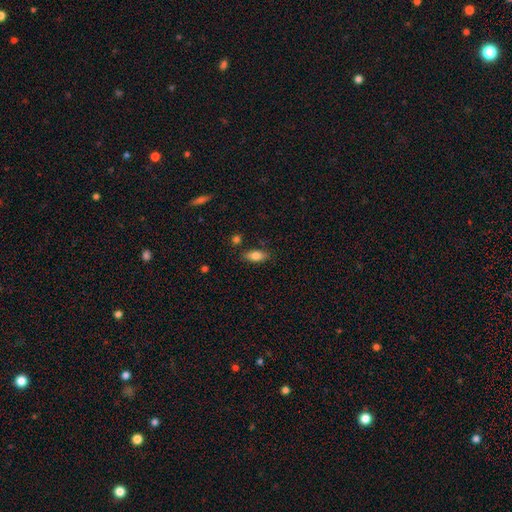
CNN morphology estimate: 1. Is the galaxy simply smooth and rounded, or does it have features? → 81% smooth, 12% featured or disk, 8% star or artifact.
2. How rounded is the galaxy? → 84% in between, 13% cigar-shaped, 3% round.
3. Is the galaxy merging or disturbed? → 82% none, 12% minor disturbance, 3% merger, 3% major disturbance.